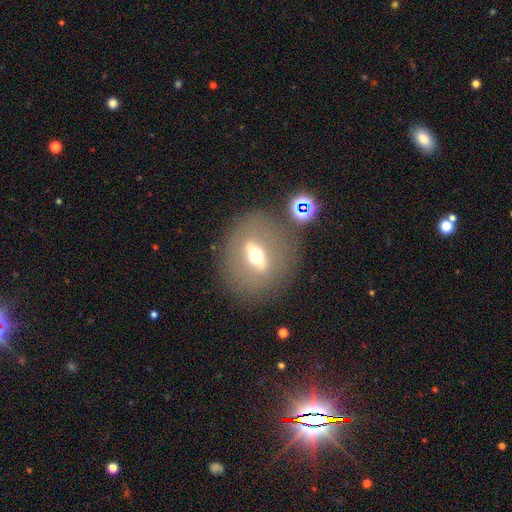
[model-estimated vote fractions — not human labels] Q: Smooth or featured?
A: featured or disk (60%); runner-up: smooth (30%)
Q: Edge-on disk?
A: no (59%); runner-up: yes (41%)
Q: Merging?
A: none (77%); runner-up: minor disturbance (11%)